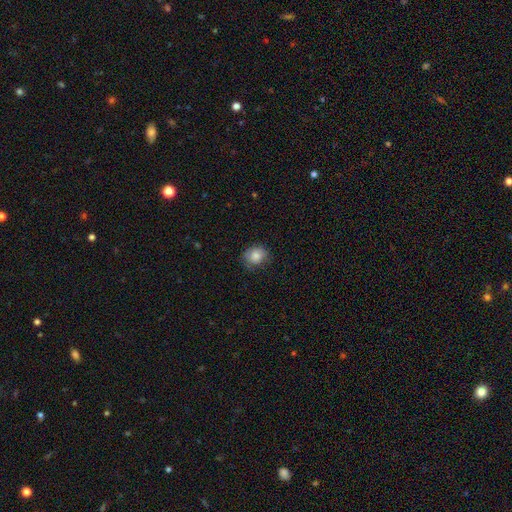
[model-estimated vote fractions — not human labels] Smooth or featured? smooth (84%)
How rounded? round (66%)
Merging? none (74%)